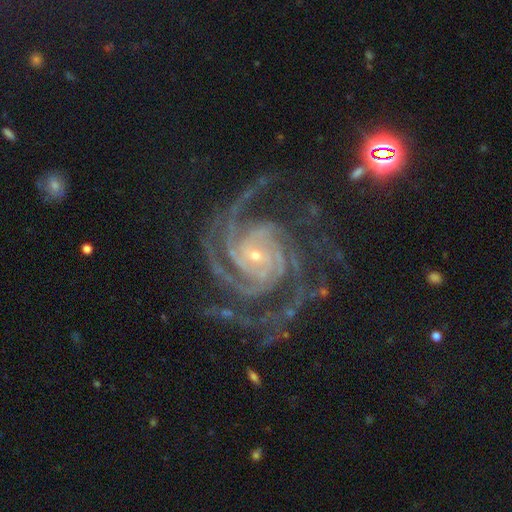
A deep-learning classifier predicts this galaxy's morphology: Smooth or featured?
  - featured or disk: 93% *
  - star or artifact: 4%
  - smooth: 2%
Edge-on disk?
  - no: 98% *
  - yes: 2%
Bar?
  - no: 56% *
  - weak: 29%
  - strong: 15%
Spiral arms?
  - yes: 99% *
  - no: 1%
Spiral winding?
  - tight: 68% *
  - medium: 28%
  - loose: 4%
Spiral arm count?
  - 4: 28% *
  - 3: 24%
  - 2: 16%
  - can't tell: 12%
  - more than 4: 12%
  - 1: 9%
Bulge size?
  - small: 79% *
  - moderate: 17%
  - none: 2%
  - large: 2%
  - dominant: 1%
Merging?
  - none: 69% *
  - minor disturbance: 16%
  - major disturbance: 13%
  - merger: 2%